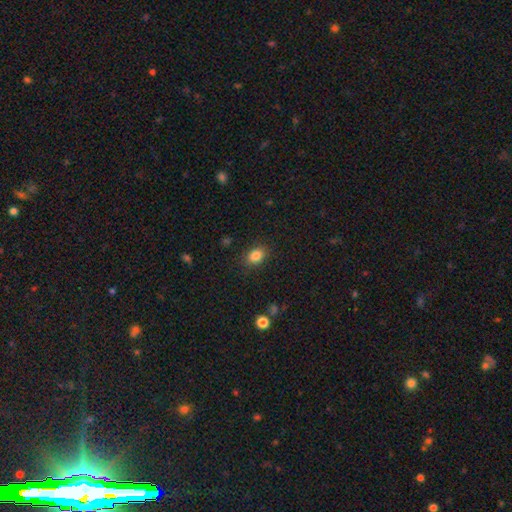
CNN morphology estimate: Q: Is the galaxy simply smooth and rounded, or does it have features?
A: smooth — 85%.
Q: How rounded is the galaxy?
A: in between — 69%.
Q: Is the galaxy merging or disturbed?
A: none — 85%.